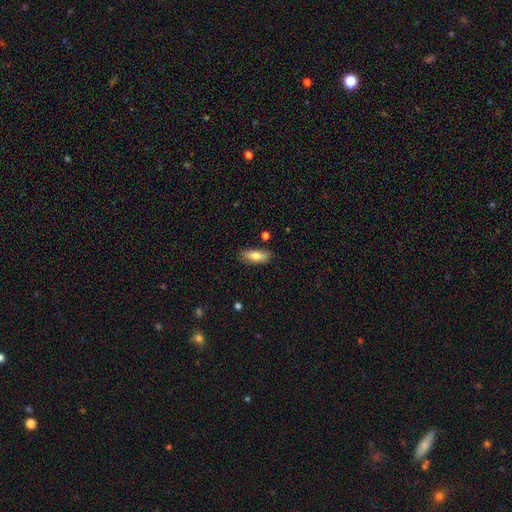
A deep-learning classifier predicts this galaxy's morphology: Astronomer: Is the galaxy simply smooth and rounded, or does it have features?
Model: smooth — 79%.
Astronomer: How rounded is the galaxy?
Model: in between — 78%.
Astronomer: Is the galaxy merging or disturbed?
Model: none — 84%.